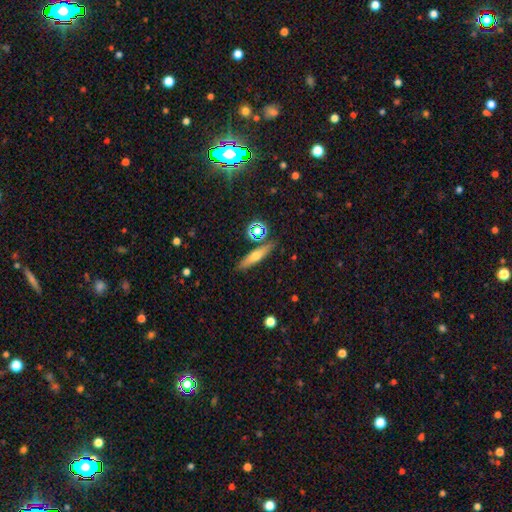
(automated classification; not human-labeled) A smooth galaxy with no disk features (53%) that is cigar-shaped (74%).

Vote fractions:
- Smooth or featured? smooth: 53% / featured or disk: 35% / star or artifact: 12%
- How rounded? cigar-shaped: 74% / in between: 21% / round: 5%
- Merging? none: 84% / minor disturbance: 10% / merger: 4% / major disturbance: 3%